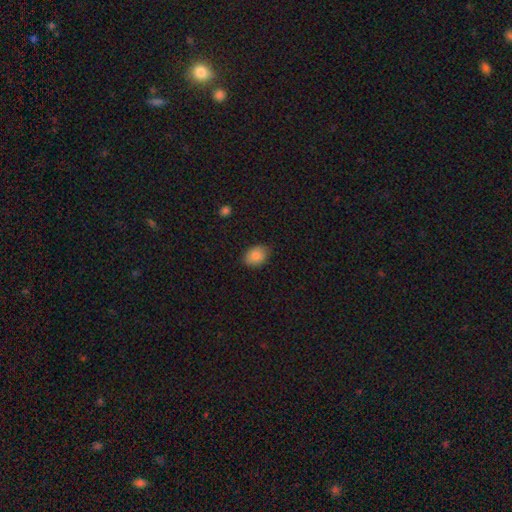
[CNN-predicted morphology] smooth_or_featured: smooth (p=0.88) [alt: star or artifact p=0.08]
how_rounded: in between (p=0.78) [alt: round p=0.21]
merging: none (p=0.83) [alt: minor disturbance p=0.14]